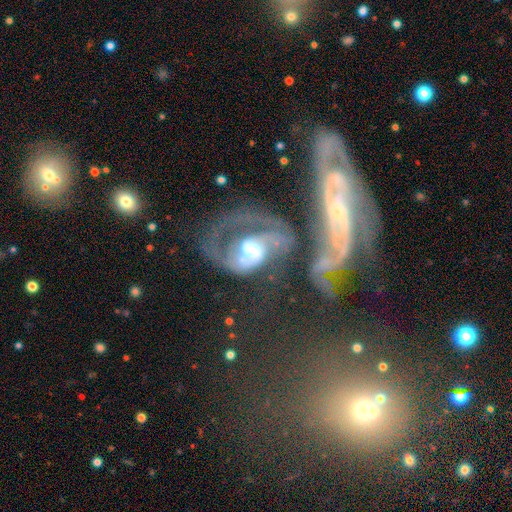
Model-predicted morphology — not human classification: smooth_or_featured: featured or disk (p=0.82) [alt: smooth p=0.10]
disk_edge_on: no (p=0.97) [alt: yes p=0.03]
bar: weak (p=0.45) [alt: no p=0.37]
has_spiral_arms: yes (p=0.89) [alt: no p=0.11]
spiral_winding: medium (p=0.45) [alt: loose p=0.33]
spiral_arm_count: 2 (p=0.58) [alt: 1 p=0.18]
bulge_size: moderate (p=0.63) [alt: small p=0.23]
merging: major disturbance (p=0.34) [alt: merger p=0.33]